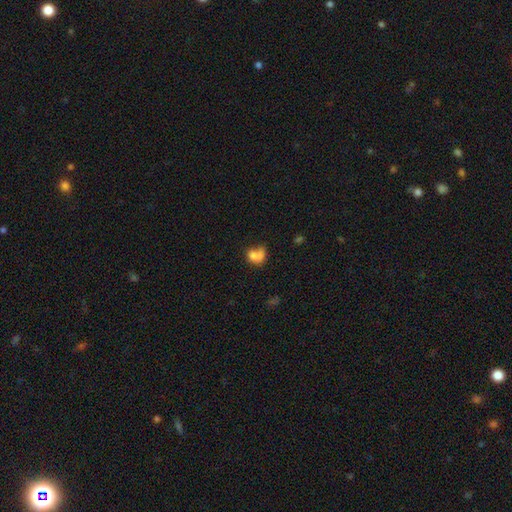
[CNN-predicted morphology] A smooth galaxy with no disk features (71%) that is in between round and cigar-shaped (51%).

Vote fractions:
- Smooth or featured? smooth: 71% / featured or disk: 19% / star or artifact: 11%
- How rounded? in between: 51% / round: 47% / cigar-shaped: 2%
- Merging? merger: 53% / none: 23% / minor disturbance: 12% / major disturbance: 11%